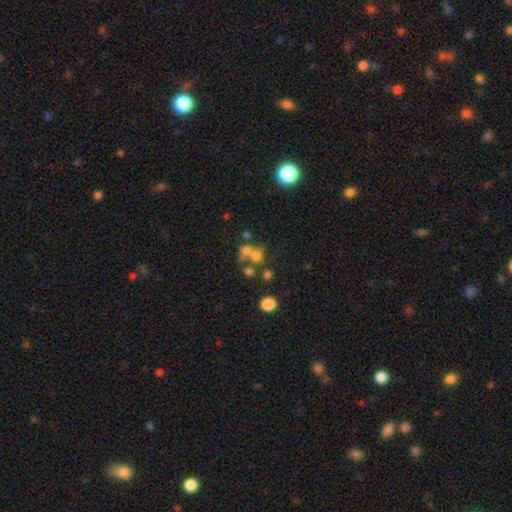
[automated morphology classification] The model was most divided on "merging": merger: 46%, none: 38%, minor disturbance: 8%, major disturbance: 8%. More confident: how rounded — round (80%); smooth or featured — smooth (61%).